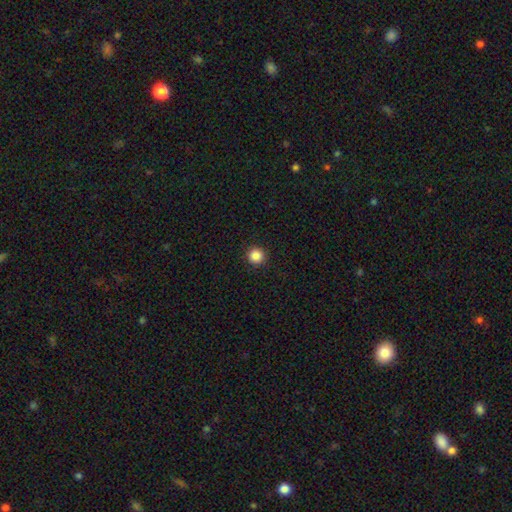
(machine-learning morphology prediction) Overall: smooth (86%). How rounded: round (96%). Merging: none (94%).